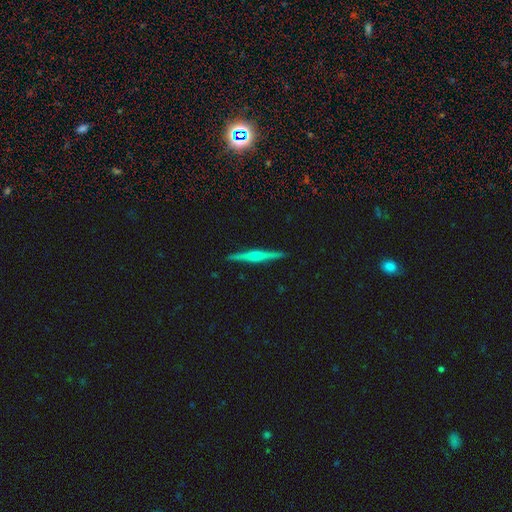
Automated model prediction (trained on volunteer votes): This appears to be a featured or disk galaxy (71%) viewed edge-on (98%) with a rounded central bulge (66%). Merging: none (92%).